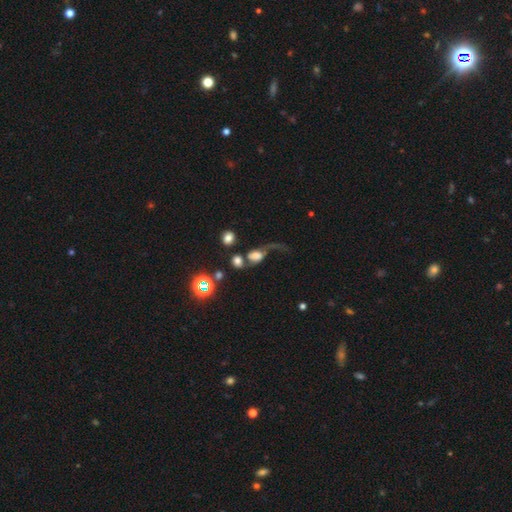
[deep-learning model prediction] Smooth or featured? Predicted: smooth (p=0.43). Merging? Predicted: major disturbance (p=0.44).